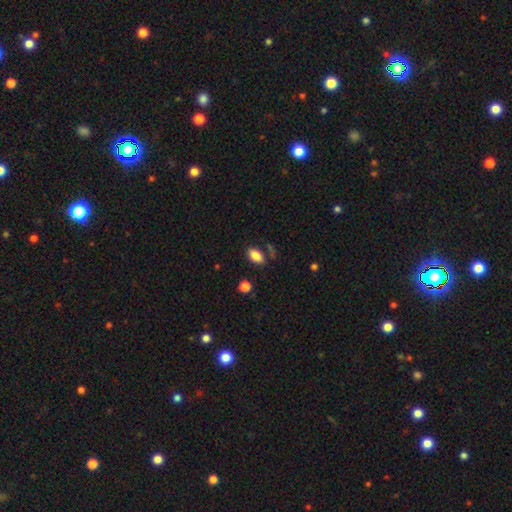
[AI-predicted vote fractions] This is clearly a smooth galaxy (84%). How rounded: clearly in between (91%). Merging: likely none (78%).